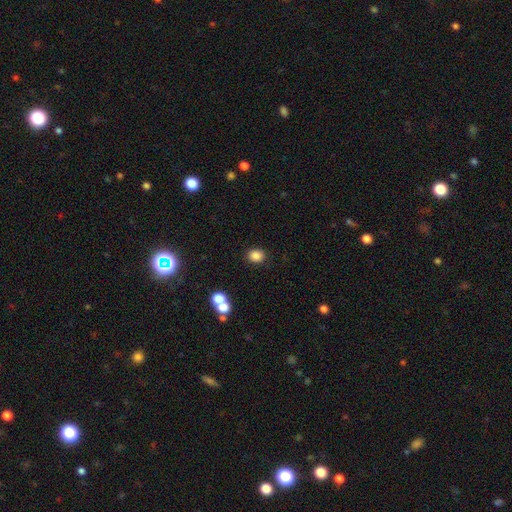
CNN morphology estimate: A smooth galaxy with no disk features (85%) that is round (64%).

Vote fractions:
- Smooth or featured? smooth: 85% / star or artifact: 11% / featured or disk: 4%
- How rounded? round: 64% / in between: 35% / cigar-shaped: 1%
- Merging? none: 86% / minor disturbance: 7% / merger: 4% / major disturbance: 3%